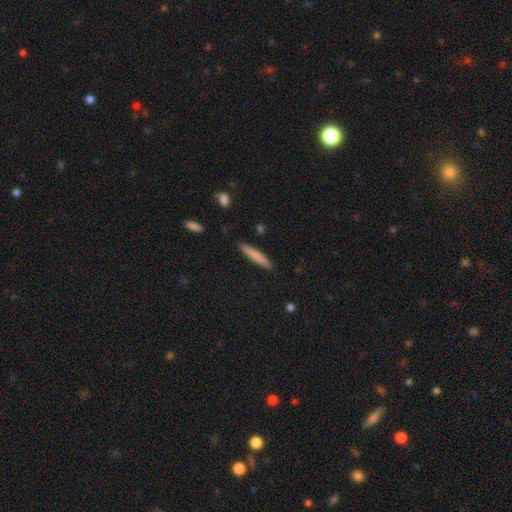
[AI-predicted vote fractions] A smooth galaxy with no disk features (78%) that is cigar-shaped (93%).

Vote fractions:
- Smooth or featured? smooth: 78% / featured or disk: 16% / star or artifact: 6%
- How rounded? cigar-shaped: 93% / in between: 6% / round: 1%
- Merging? none: 89% / minor disturbance: 8% / major disturbance: 2% / merger: 1%